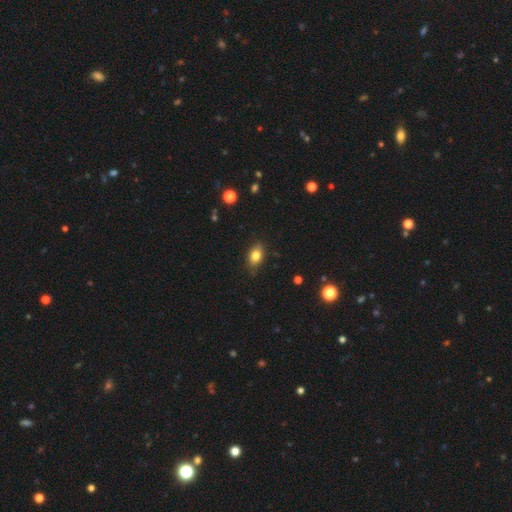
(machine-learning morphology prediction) type=smooth (81%); roundness=in between (81%); merging=none (81%).